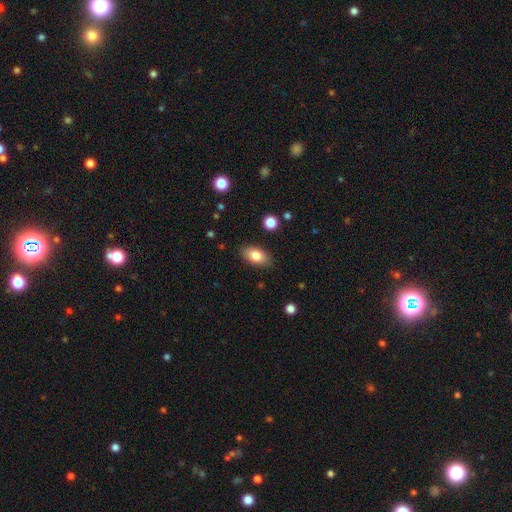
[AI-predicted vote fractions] smooth 83%, featured or disk 10%, star or artifact 7%. Down the decision tree: how rounded — in between (91%); merging — none (86%).